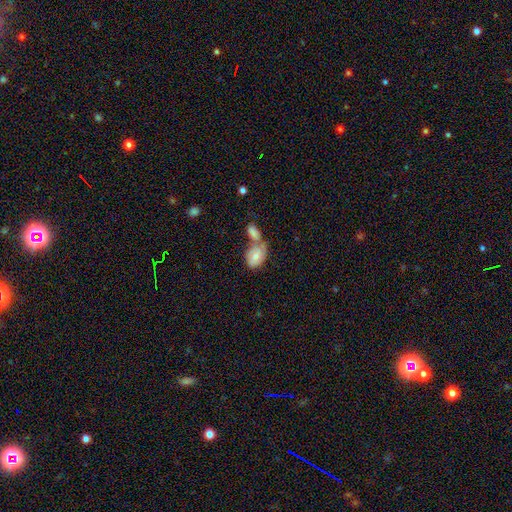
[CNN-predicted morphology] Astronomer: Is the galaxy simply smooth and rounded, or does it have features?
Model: smooth — 72%.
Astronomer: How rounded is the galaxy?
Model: in between — 87%.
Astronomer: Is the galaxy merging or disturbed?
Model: merger — 53%.